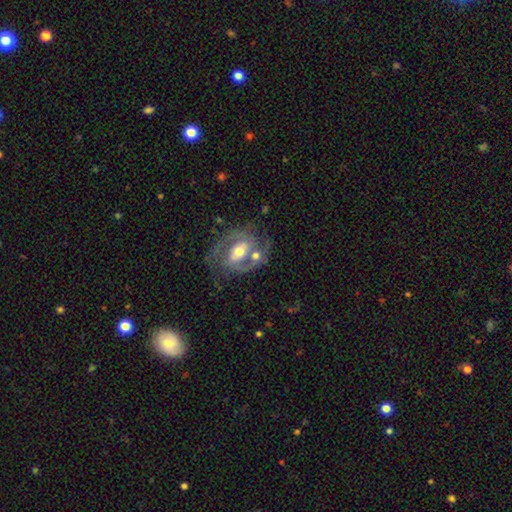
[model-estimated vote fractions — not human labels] A featured or disk galaxy (81%) with a weak bar (40%), 2 (79%) medium (49%) spiral arms (86%) and a moderate central bulge (71%).

Vote fractions:
- Smooth or featured? featured or disk: 81% / smooth: 13% / star or artifact: 6%
- Edge-on disk? no: 96% / yes: 4%
- Bar? weak: 40% / no: 31% / strong: 29%
- Spiral arms? yes: 86% / no: 14%
- Spiral winding? medium: 49% / tight: 35% / loose: 16%
- Spiral arm count? 2: 79% / can't tell: 10% / 1: 5% / 3: 4% / 4: 1% / more than 4: 1%
- Bulge size? moderate: 71% / small: 16% / large: 10% / none: 1% / dominant: 1%
- Merging? none: 49% / merger: 22% / minor disturbance: 17% / major disturbance: 12%